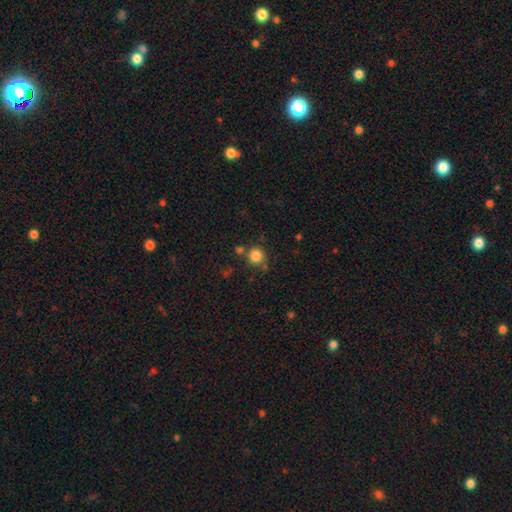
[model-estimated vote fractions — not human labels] This is clearly a smooth galaxy (83%). How rounded: clearly round (93%). Merging: likely none (76%).